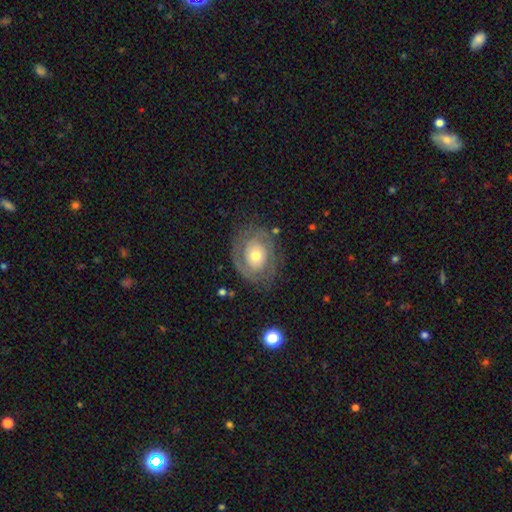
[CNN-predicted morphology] Smooth or featured? Predicted: featured or disk (p=0.70). Edge-on disk? Predicted: no (p=0.96). Bar? Predicted: no (p=0.82). Spiral arms? Predicted: yes (p=0.69). Bulge size? Predicted: moderate (p=0.62). Merging? Predicted: none (p=0.74).